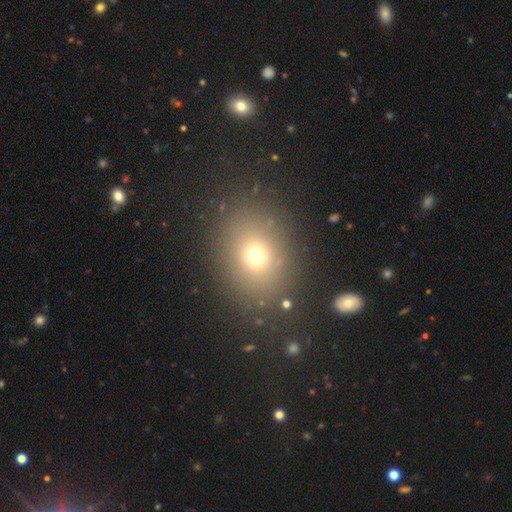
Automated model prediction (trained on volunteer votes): A smooth galaxy with no disk features (69%) that is round (51%). Merging: none (82%).